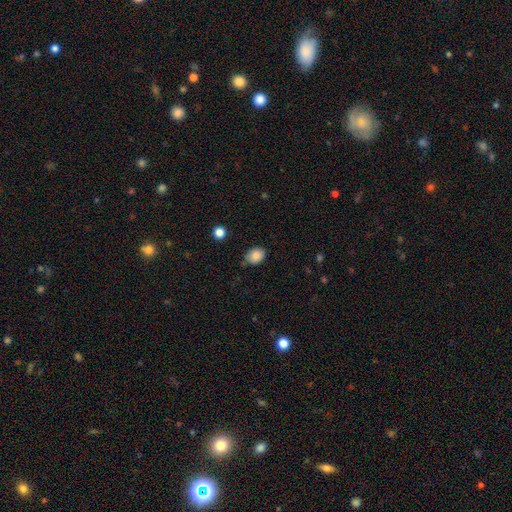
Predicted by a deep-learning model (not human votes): Smooth or featured?
  - smooth: 86% *
  - star or artifact: 9%
  - featured or disk: 5%
How rounded?
  - in between: 57% *
  - round: 42%
  - cigar-shaped: 1%
Merging?
  - none: 72% *
  - minor disturbance: 22%
  - major disturbance: 4%
  - merger: 3%